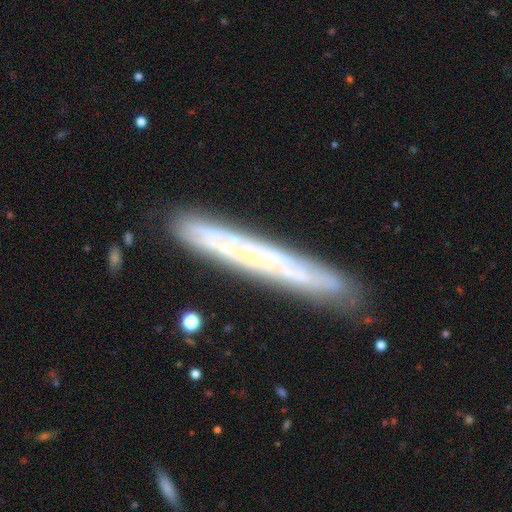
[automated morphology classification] The model was most divided on "smooth or featured": featured or disk: 62%, smooth: 29%, star or artifact: 8%. More confident: merging — none (84%); edge-on disk — yes (79%).